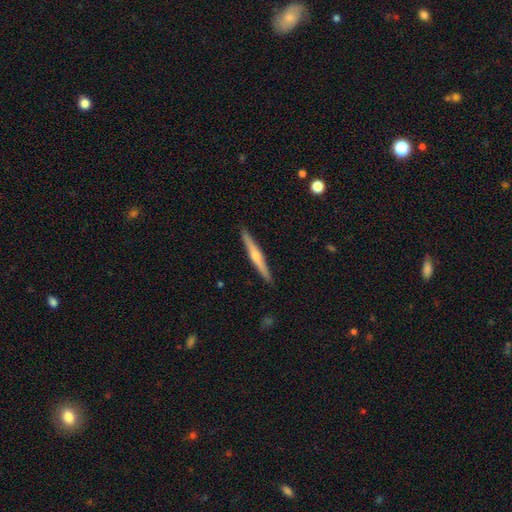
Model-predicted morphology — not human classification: Q: Smooth or featured?
A: featured or disk (67%); runner-up: smooth (27%)
Q: Edge-on disk?
A: yes (98%); runner-up: no (2%)
Q: Edge-on bulge?
A: rounded (87%); runner-up: none (10%)
Q: Merging?
A: none (92%); runner-up: minor disturbance (6%)